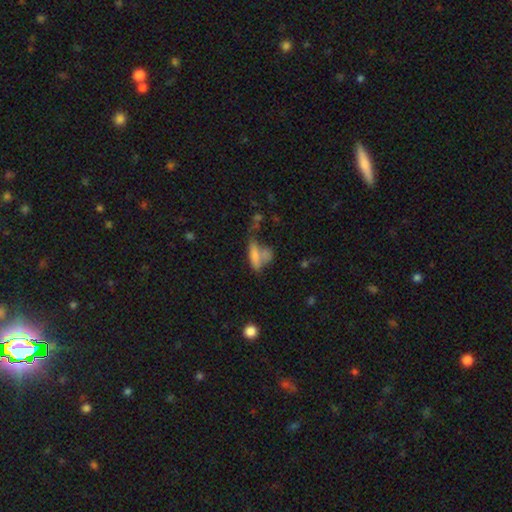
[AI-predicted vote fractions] This appears to be a smooth galaxy with no disk features (67%) that is in between round and cigar-shaped (49%). Merging: merger (39%).